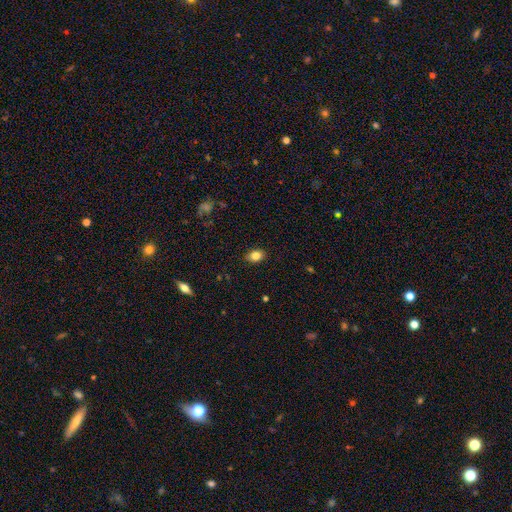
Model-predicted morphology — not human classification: Smooth or featured? smooth (83%)
How rounded? in between (70%)
Merging? none (88%)